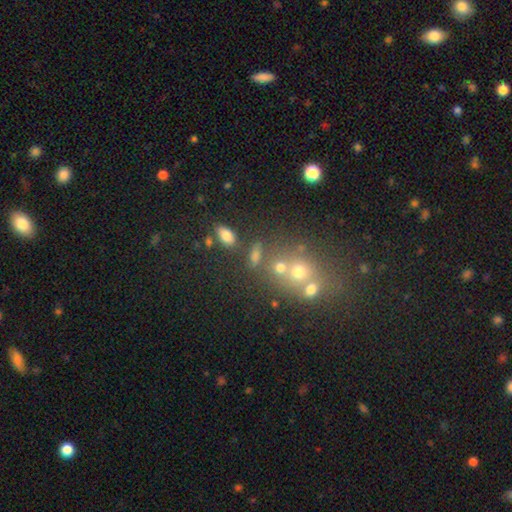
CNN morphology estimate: smooth_or_featured: smooth (p=0.62) [alt: star or artifact p=0.21]
how_rounded: in between (p=0.66) [alt: round p=0.25]
merging: none (p=0.62) [alt: merger p=0.19]